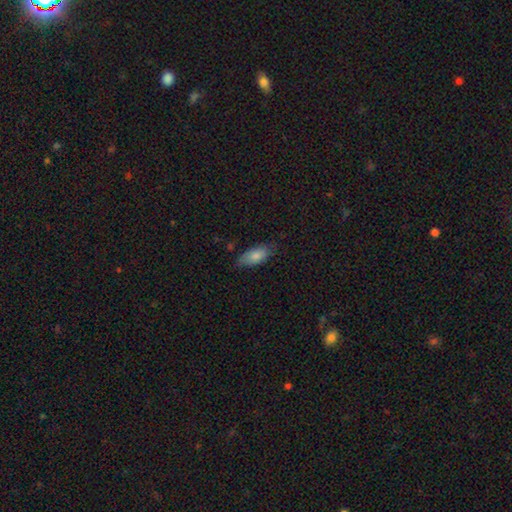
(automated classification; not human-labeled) Smooth or featured: smooth — 82% (featured or disk — 11%)
How rounded: in between — 86% (cigar-shaped — 11%)
Merging: none — 72% (minor disturbance — 22%)